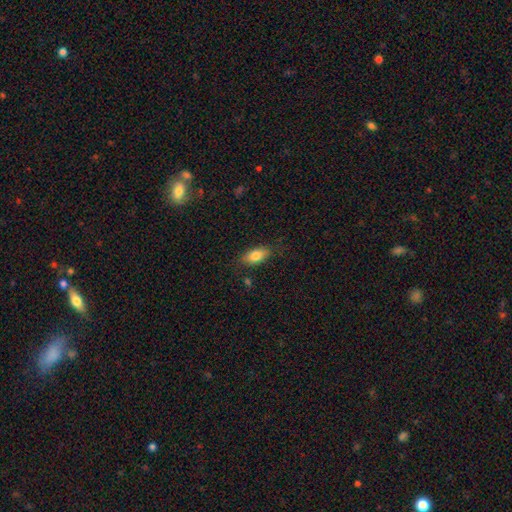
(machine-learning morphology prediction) smooth_or_featured: smooth (p=0.81) [alt: featured or disk p=0.12]
how_rounded: in between (p=0.88) [alt: cigar-shaped p=0.08]
merging: none (p=0.82) [alt: minor disturbance p=0.14]